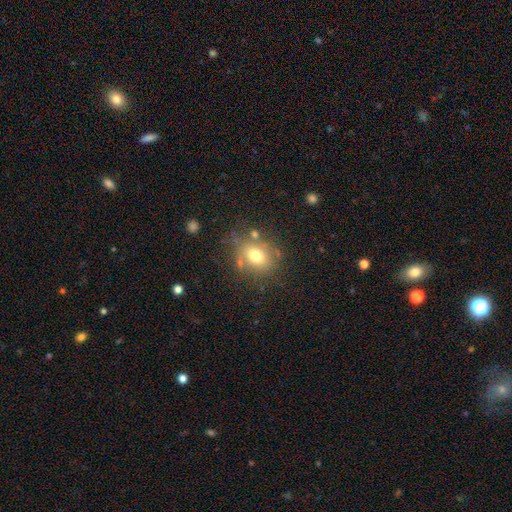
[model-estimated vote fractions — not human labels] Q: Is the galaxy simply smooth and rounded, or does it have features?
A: smooth — 68%.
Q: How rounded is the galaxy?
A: round — 57%.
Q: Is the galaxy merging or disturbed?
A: none — 64%.